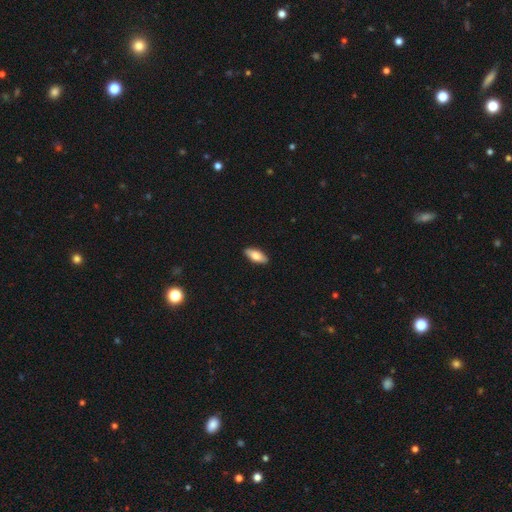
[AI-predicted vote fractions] Overall: smooth (78%). How rounded: in between (80%). Merging: none (90%).